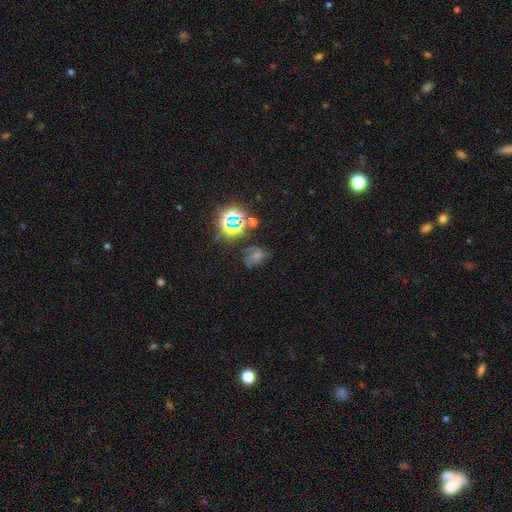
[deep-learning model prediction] Smooth or featured?
  - smooth: 44% *
  - star or artifact: 33%
  - featured or disk: 23%
Merging?
  - none: 46% *
  - minor disturbance: 27%
  - major disturbance: 21%
  - merger: 6%